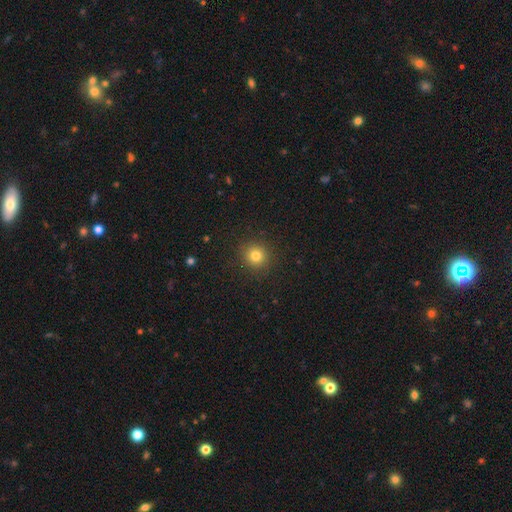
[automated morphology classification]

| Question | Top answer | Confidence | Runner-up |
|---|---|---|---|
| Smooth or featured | smooth | 81% | star or artifact (14%) |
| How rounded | round | 92% | in between (7%) |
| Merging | none | 91% | minor disturbance (6%) |